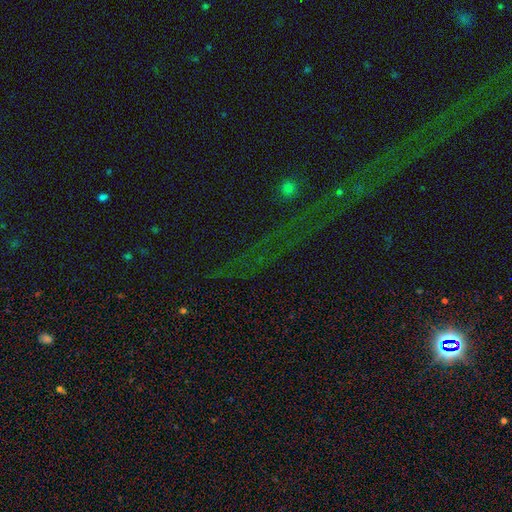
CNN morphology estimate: Overall: star or artifact (78%).